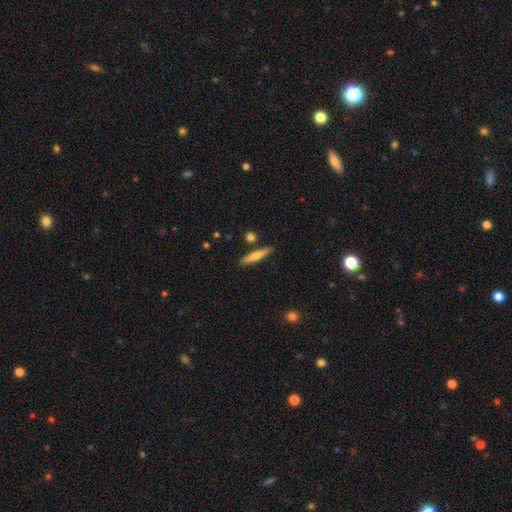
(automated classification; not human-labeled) Smooth or featured? Predicted: smooth (p=0.66). How rounded? Predicted: cigar-shaped (p=0.88). Merging? Predicted: none (p=0.85).